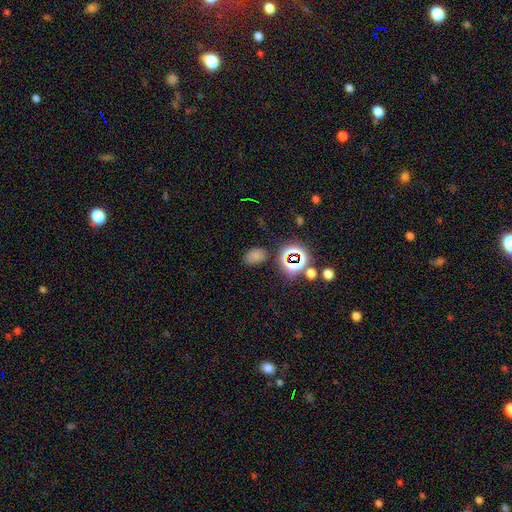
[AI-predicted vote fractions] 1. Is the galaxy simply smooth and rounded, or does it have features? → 63% smooth, 30% star or artifact, 7% featured or disk.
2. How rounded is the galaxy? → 81% in between, 18% round, 2% cigar-shaped.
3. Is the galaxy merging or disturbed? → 73% none, 16% minor disturbance, 6% major disturbance, 5% merger.